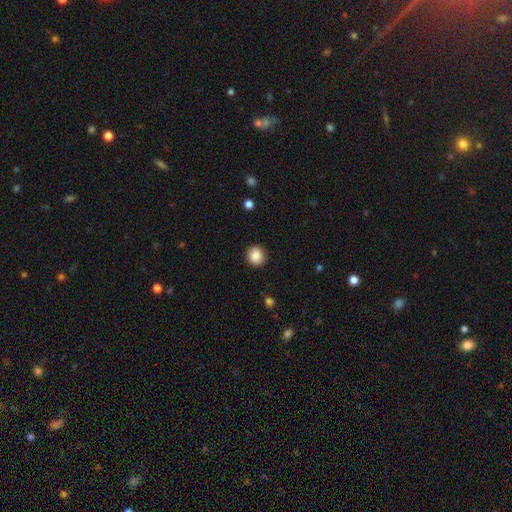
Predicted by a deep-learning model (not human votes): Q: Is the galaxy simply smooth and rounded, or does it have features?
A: smooth — 87%.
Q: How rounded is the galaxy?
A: round — 86%.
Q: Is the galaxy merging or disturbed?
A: none — 90%.